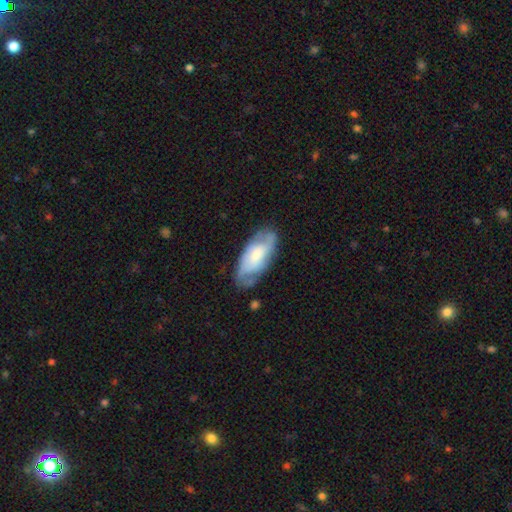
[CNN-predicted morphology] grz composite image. It shows a featured or disk galaxy (51%). Merging: none (64%).